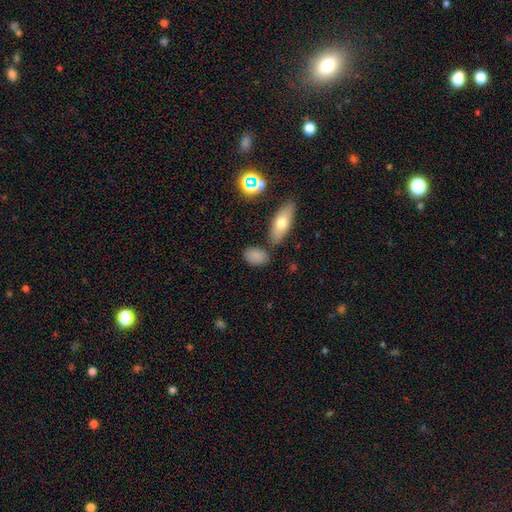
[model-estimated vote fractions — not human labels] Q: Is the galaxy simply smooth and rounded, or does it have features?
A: smooth — 82%.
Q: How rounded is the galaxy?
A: in between — 86%.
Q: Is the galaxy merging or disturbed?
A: none — 72%.